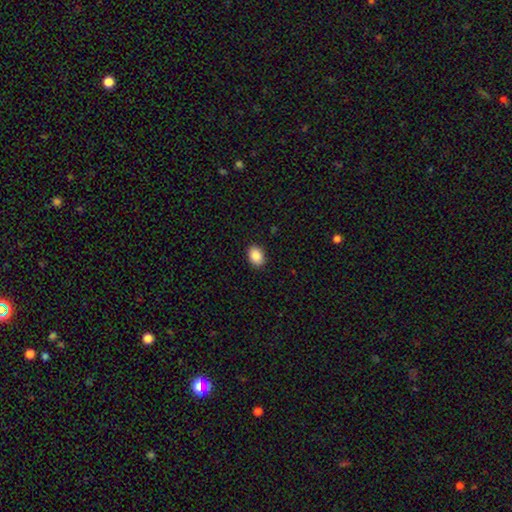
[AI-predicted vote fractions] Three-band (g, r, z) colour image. It shows a smooth galaxy with no disk features (89%) that is in between round and cigar-shaped (73%). Merging: none (89%).